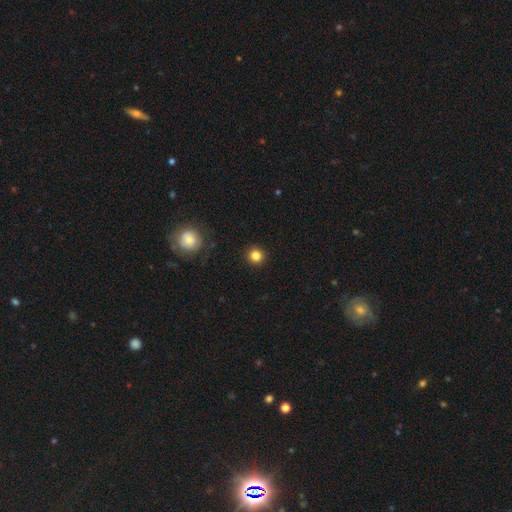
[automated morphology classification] This is clearly a smooth galaxy (84%). How rounded: clearly round (93%). Merging: clearly none (92%).